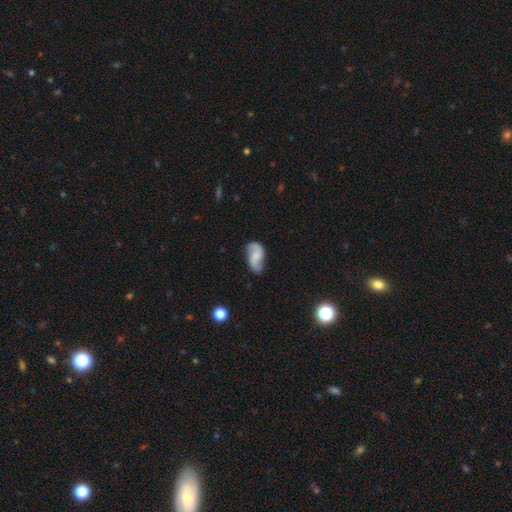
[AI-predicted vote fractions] smooth-or-featured: featured or disk: 61% | smooth: 32% | star or artifact: 7%
  disk-edge-on: no: 96% | yes: 4%
    bar: no: 54% | weak: 37% | strong: 9%
    has-spiral-arms: yes: 92% | no: 8%
      spiral-winding: loose: 67% | medium: 25% | tight: 9%
      spiral-arm-count: 2: 89% | can't tell: 5% | 1: 3% | 3: 1% | 4: 1% | more than 4: 1%
    bulge-size: small: 46% | moderate: 26% | none: 24% | large: 3% | dominant: 1%
  merging: none: 66% | minor disturbance: 25% | major disturbance: 8% | merger: 2%